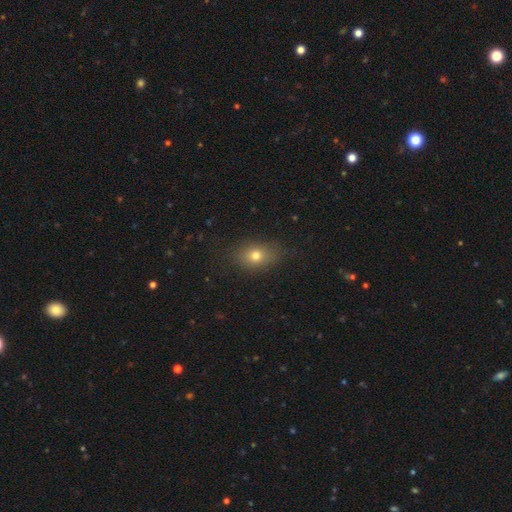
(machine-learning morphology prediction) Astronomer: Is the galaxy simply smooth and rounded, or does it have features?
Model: smooth — 74%.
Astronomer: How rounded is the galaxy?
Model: in between — 71%.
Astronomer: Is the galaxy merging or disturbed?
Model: none — 82%.